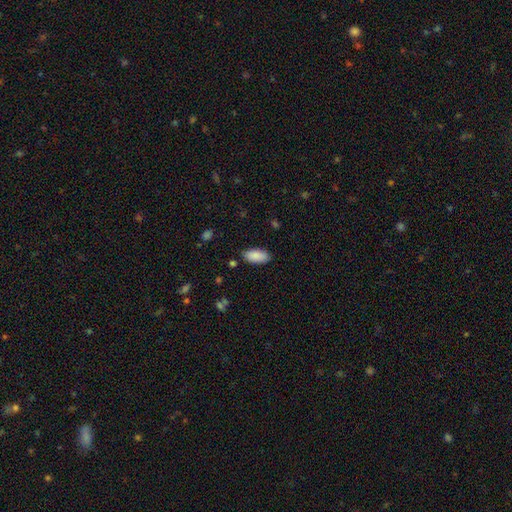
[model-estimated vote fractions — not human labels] smooth-or-featured: smooth: 89% | star or artifact: 6% | featured or disk: 4%
  how-rounded: in between: 91% | cigar-shaped: 7% | round: 2%
  merging: none: 85% | minor disturbance: 11% | major disturbance: 3% | merger: 2%